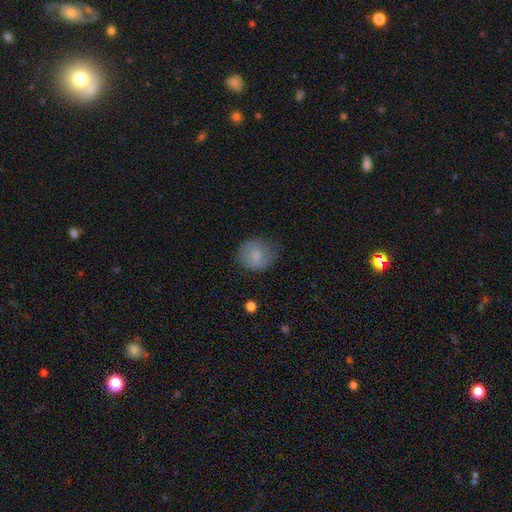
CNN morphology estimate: smooth-or-featured: smooth: 75% | featured or disk: 17% | star or artifact: 8%
  how-rounded: round: 77% | in between: 22% | cigar-shaped: 1%
  merging: none: 68% | minor disturbance: 24% | major disturbance: 7% | merger: 1%